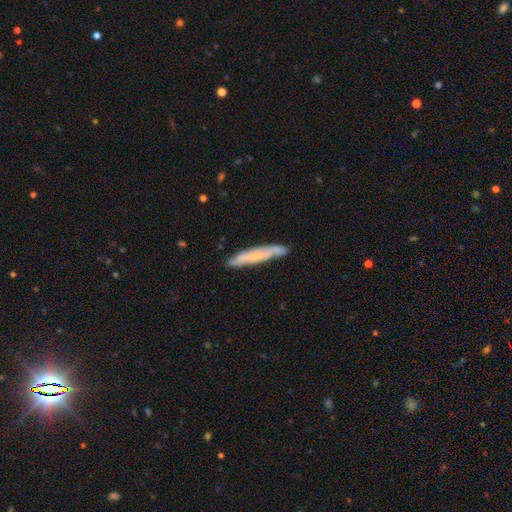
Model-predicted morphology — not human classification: This appears to be a featured or disk galaxy (53%) viewed edge-on (62%). Merging: none (78%).